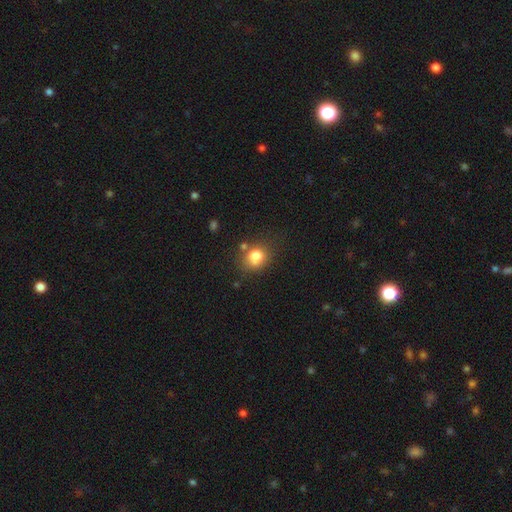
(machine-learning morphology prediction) smooth_or_featured: smooth (p=0.78) [alt: star or artifact p=0.11]
how_rounded: round (p=0.66) [alt: in between p=0.33]
merging: none (p=0.60) [alt: minor disturbance p=0.19]